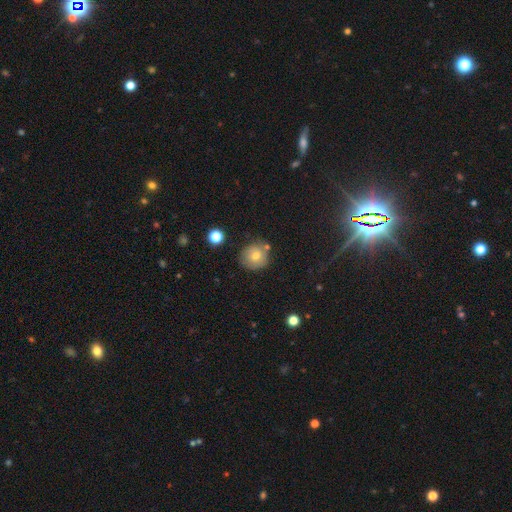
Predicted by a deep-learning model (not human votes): Smooth or featured: smooth — 72% (featured or disk — 17%)
How rounded: round — 89% (in between — 10%)
Merging: none — 71% (minor disturbance — 16%)